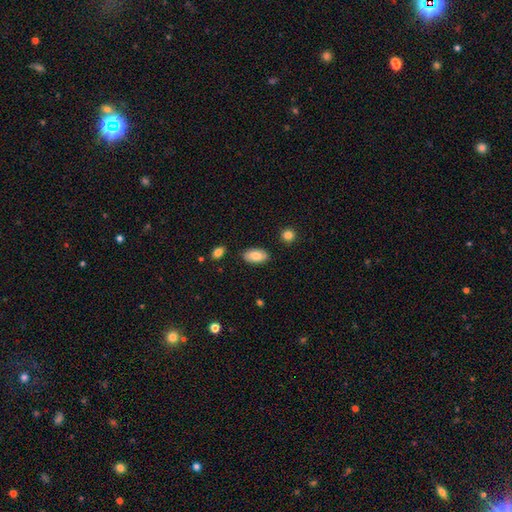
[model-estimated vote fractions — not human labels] Smooth or featured: smooth — 83% (featured or disk — 11%)
How rounded: in between — 94% (round — 3%)
Merging: none — 84% (minor disturbance — 11%)